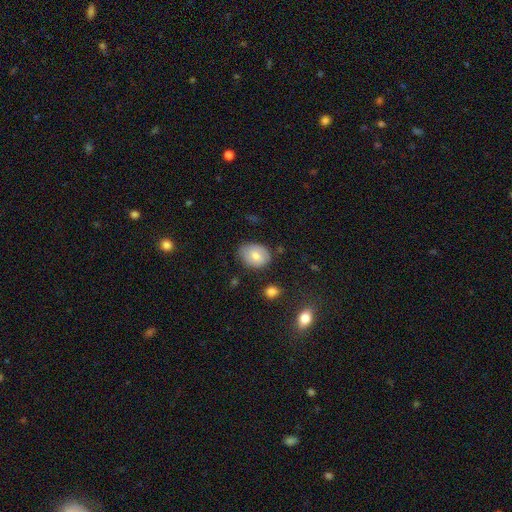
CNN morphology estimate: Overall: smooth (74%). How rounded: in between (68%; round 31%). Merging: none (71%).